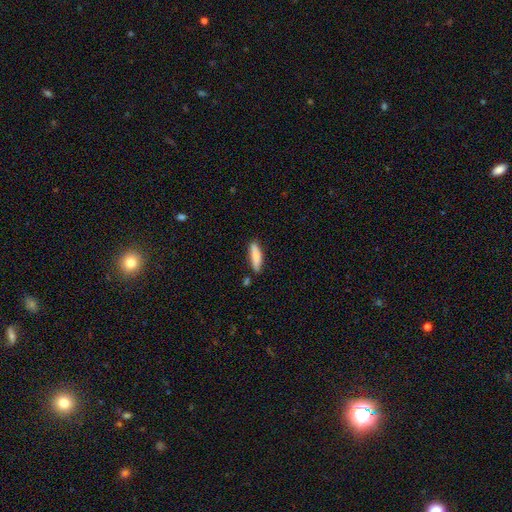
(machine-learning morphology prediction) This appears to be a smooth galaxy with no disk features (81%) that is cigar-shaped (62%). Merging: none (78%).